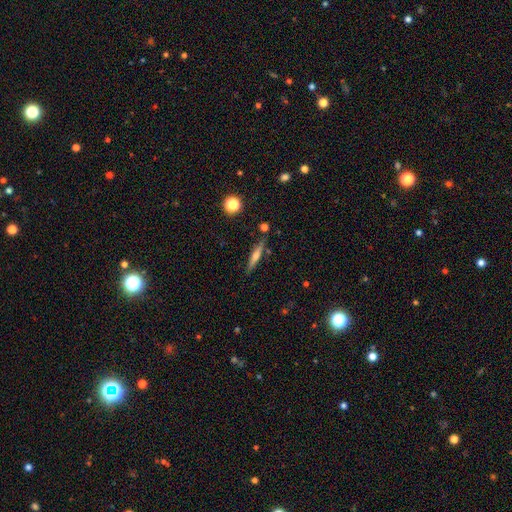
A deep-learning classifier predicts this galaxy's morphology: Smooth or featured? Predicted: featured or disk (p=0.50). Edge-on disk? Predicted: yes (p=0.94). Merging? Predicted: none (p=0.84).